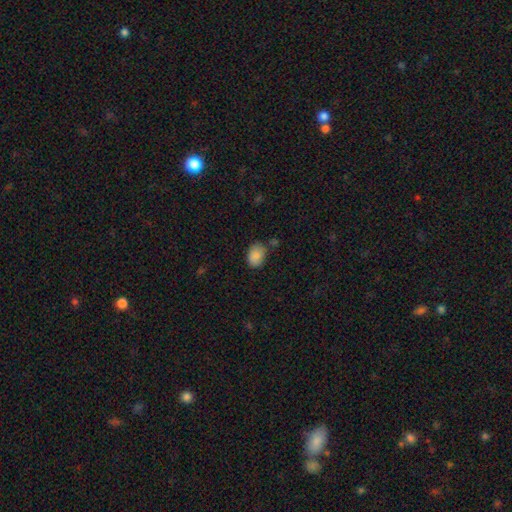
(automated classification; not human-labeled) Q: Smooth or featured?
A: smooth (86%); runner-up: star or artifact (8%)
Q: How rounded?
A: in between (81%); runner-up: round (18%)
Q: Merging?
A: none (69%); runner-up: minor disturbance (21%)